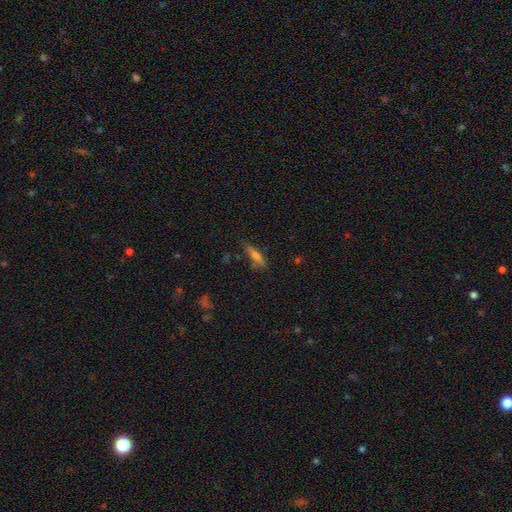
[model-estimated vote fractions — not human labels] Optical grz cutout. It shows a smooth galaxy with no disk features (54%) that is cigar-shaped (78%). Merging: none (79%).